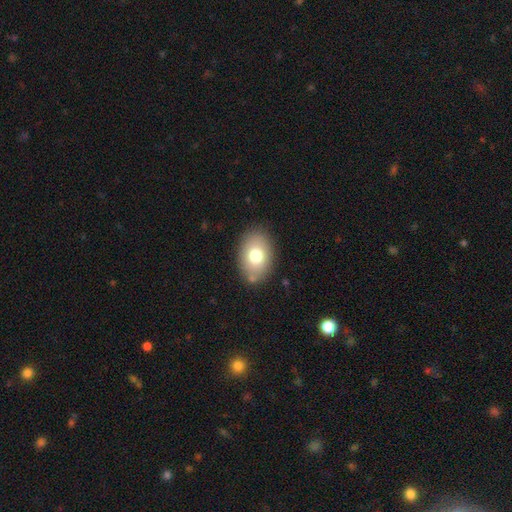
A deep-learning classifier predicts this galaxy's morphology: Overall: smooth (75%). How rounded: in between (80%). Merging: none (83%).